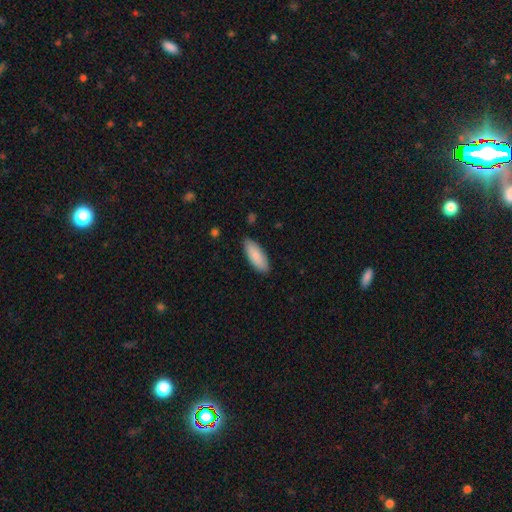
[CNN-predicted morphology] Smooth or featured? Predicted: smooth (p=0.85). How rounded? Predicted: in between (p=0.77). Merging? Predicted: none (p=0.86).